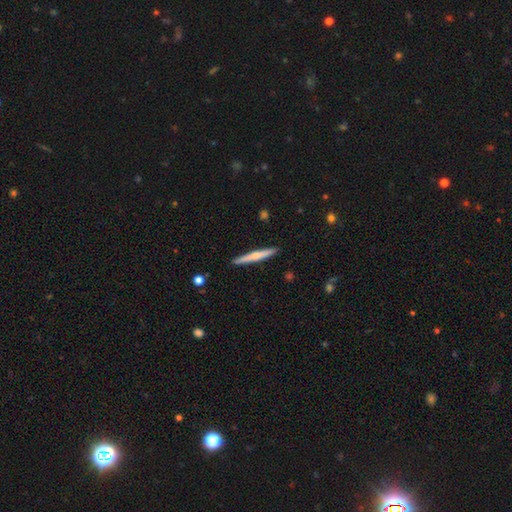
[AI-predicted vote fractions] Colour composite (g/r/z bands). It shows a featured or disk galaxy (52%) viewed edge-on (97%) with a rounded central bulge (76%). Merging: none (91%).